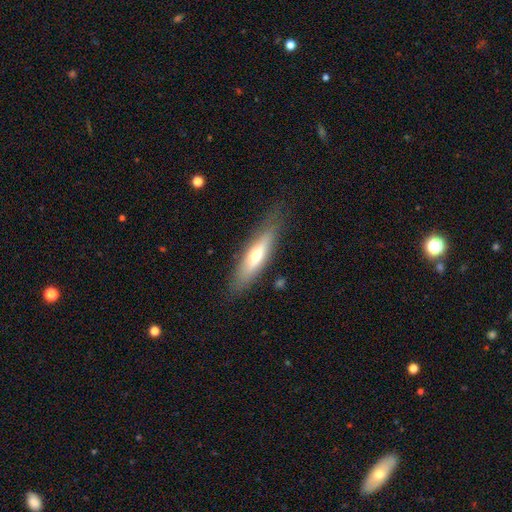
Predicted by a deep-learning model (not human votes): smooth-or-featured: smooth: 52% | featured or disk: 41% | star or artifact: 6%
  how-rounded: cigar-shaped: 65% | in between: 33% | round: 2%
  merging: none: 80% | minor disturbance: 14% | major disturbance: 5% | merger: 1%